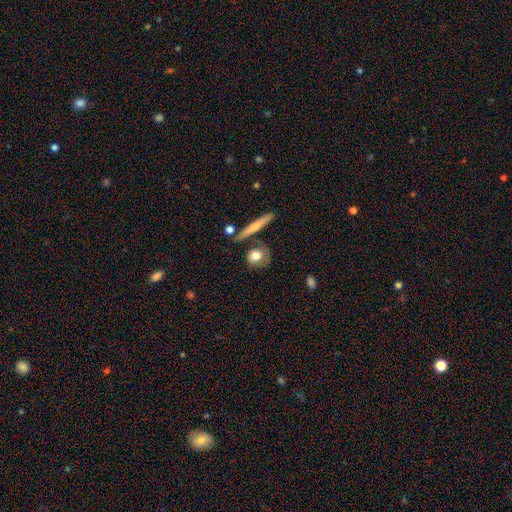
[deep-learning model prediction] Smooth or featured: smooth — 71% (featured or disk — 22%)
How rounded: round — 66% (in between — 24%)
Merging: none — 69% (minor disturbance — 16%)